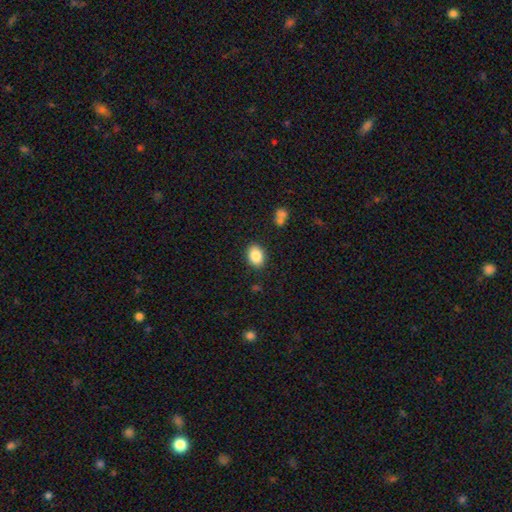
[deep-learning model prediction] Overall: smooth (86%). How rounded: in between (71%). Merging: none (87%).